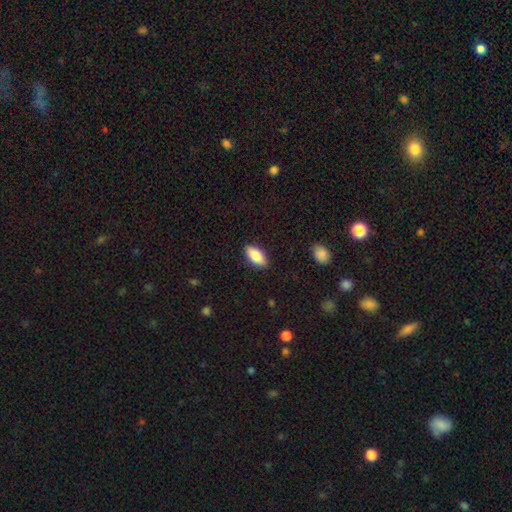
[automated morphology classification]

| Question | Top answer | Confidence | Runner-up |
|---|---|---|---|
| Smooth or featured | smooth | 85% | featured or disk (9%) |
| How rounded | in between | 87% | cigar-shaped (10%) |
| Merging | none | 88% | minor disturbance (9%) |